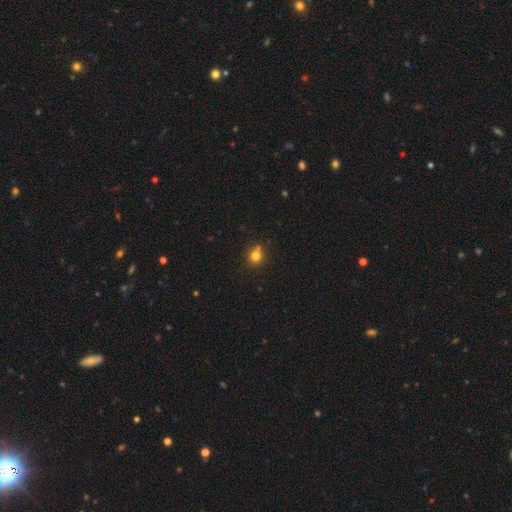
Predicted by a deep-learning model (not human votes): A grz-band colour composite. It shows a smooth galaxy with no disk features (78%) that is round (86%). Merging: none (68%).